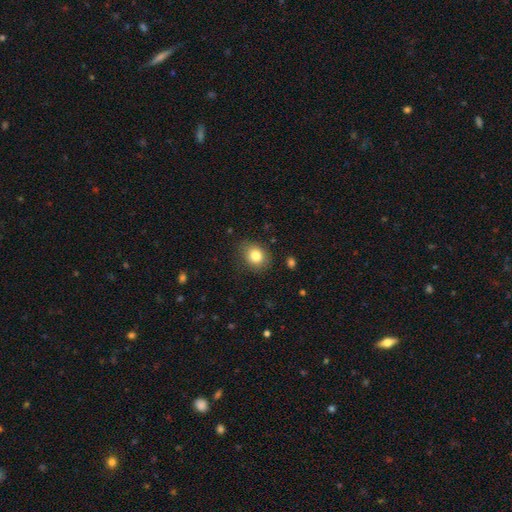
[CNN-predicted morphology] Smooth or featured: smooth — 82% (star or artifact — 10%)
How rounded: round — 55% (in between — 44%)
Merging: none — 81% (minor disturbance — 14%)